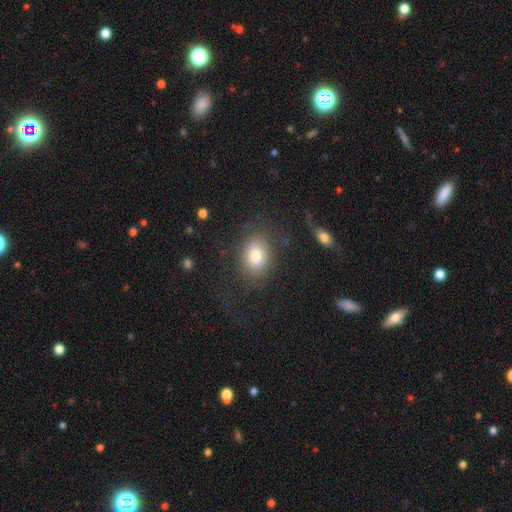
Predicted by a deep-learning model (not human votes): A smooth galaxy with no disk features (77%) that is in between round and cigar-shaped (71%). Merging: none (73%).